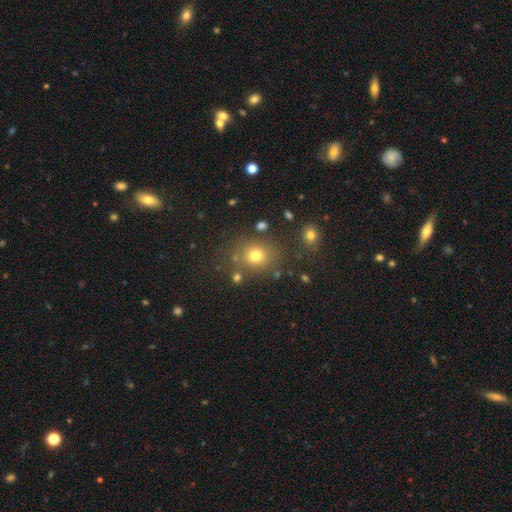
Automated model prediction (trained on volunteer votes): smooth-or-featured: smooth: 72% | star or artifact: 19% | featured or disk: 9%
  how-rounded: round: 76% | in between: 23% | cigar-shaped: 1%
  merging: none: 78% | minor disturbance: 11% | merger: 7% | major disturbance: 5%